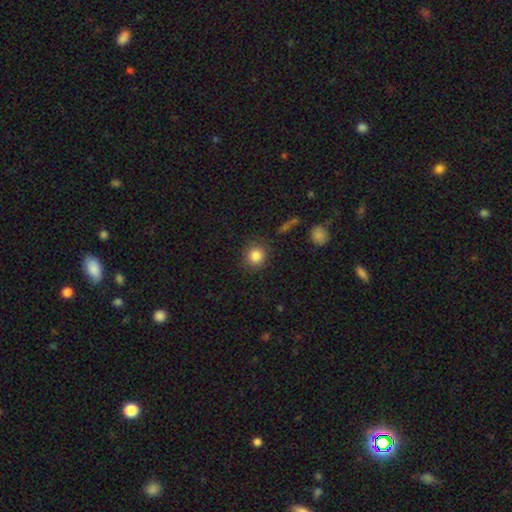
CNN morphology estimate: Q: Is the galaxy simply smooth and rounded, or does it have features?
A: smooth — 85%.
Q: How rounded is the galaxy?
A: round — 86%.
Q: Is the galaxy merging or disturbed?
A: none — 85%.